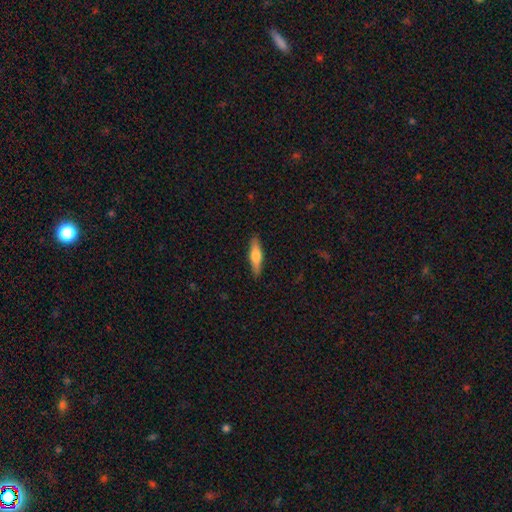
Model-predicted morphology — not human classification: This appears to be a smooth galaxy with no disk features (57%) that is cigar-shaped (69%). Merging: none (89%).